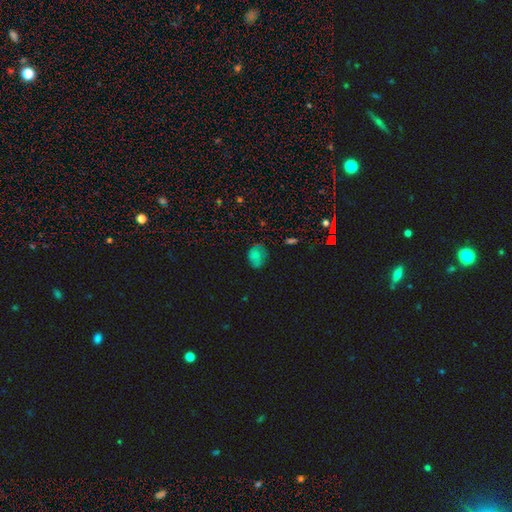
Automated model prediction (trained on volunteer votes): Q: Smooth or featured?
A: smooth (73%); runner-up: star or artifact (18%)
Q: How rounded?
A: in between (67%); runner-up: round (31%)
Q: Merging?
A: none (60%); runner-up: minor disturbance (28%)